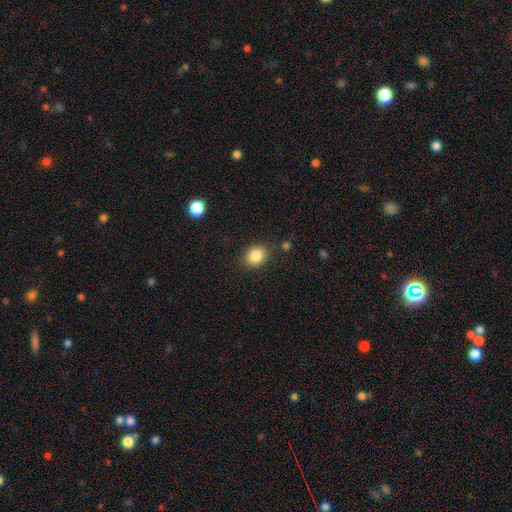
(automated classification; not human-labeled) A smooth galaxy with no disk features (85%) that is round (59%). Merging: none (85%).